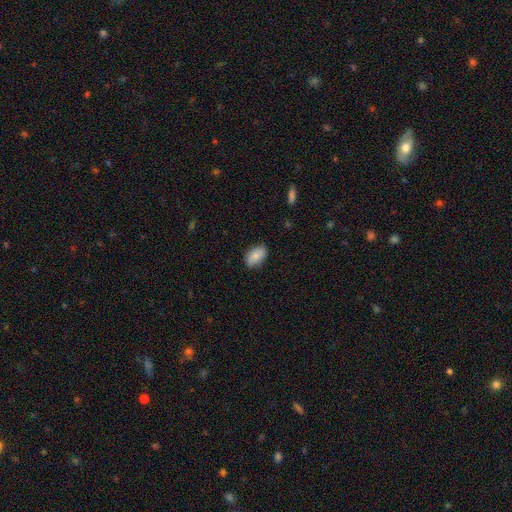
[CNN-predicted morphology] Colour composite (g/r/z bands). It shows a smooth galaxy with no disk features (81%) that is in between round and cigar-shaped (92%). Merging: none (83%).